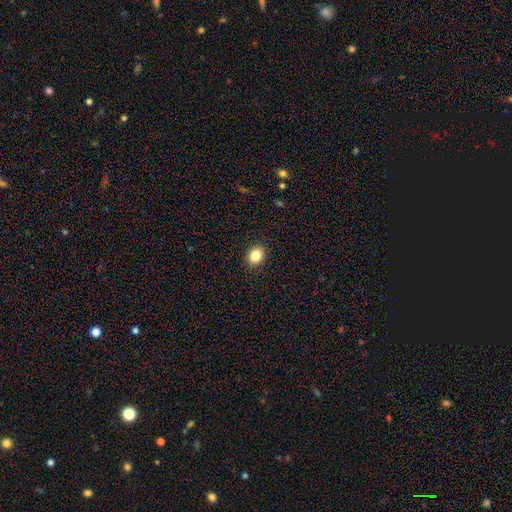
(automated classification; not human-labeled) This appears to be a smooth galaxy with no disk features (85%) that is round (54%). Merging: none (91%).